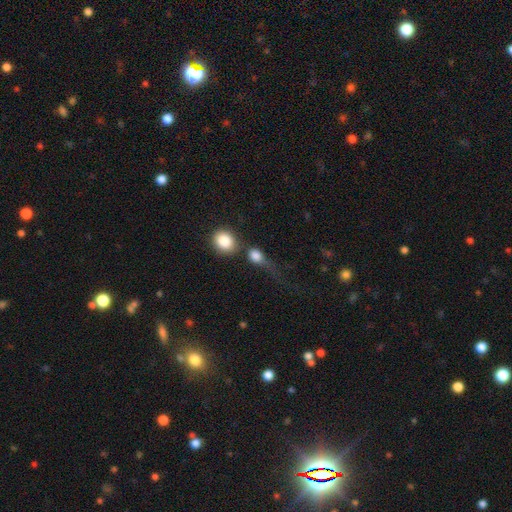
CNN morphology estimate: smooth-or-featured: smooth: 79% | featured or disk: 11% | star or artifact: 10%
  how-rounded: round: 59% | in between: 37% | cigar-shaped: 4%
  merging: merger: 32% | none: 31% | major disturbance: 21% | minor disturbance: 16%